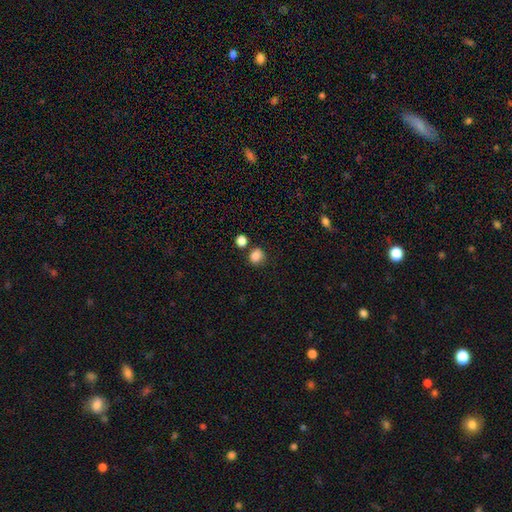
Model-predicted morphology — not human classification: Smooth or featured? smooth (84%)
How rounded? round (70%)
Merging? none (70%)